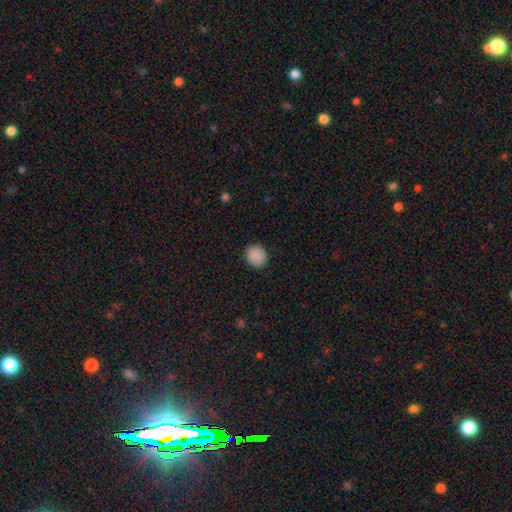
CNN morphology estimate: smooth_or_featured: smooth (p=0.89) [alt: star or artifact p=0.08]
how_rounded: round (p=0.84) [alt: in between p=0.16]
merging: none (p=0.90) [alt: minor disturbance p=0.07]